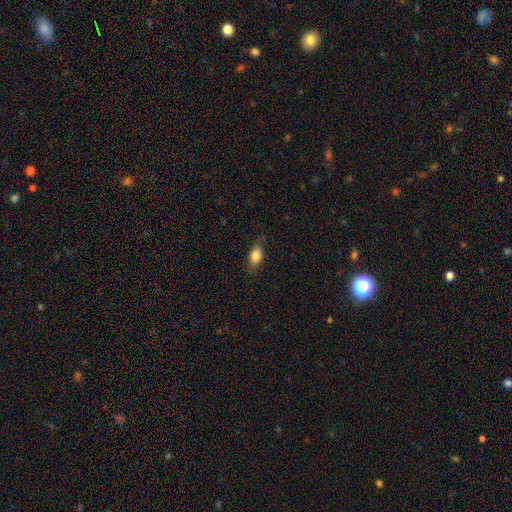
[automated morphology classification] Overall: smooth (82%). How rounded: in between (86%). Merging: none (79%).